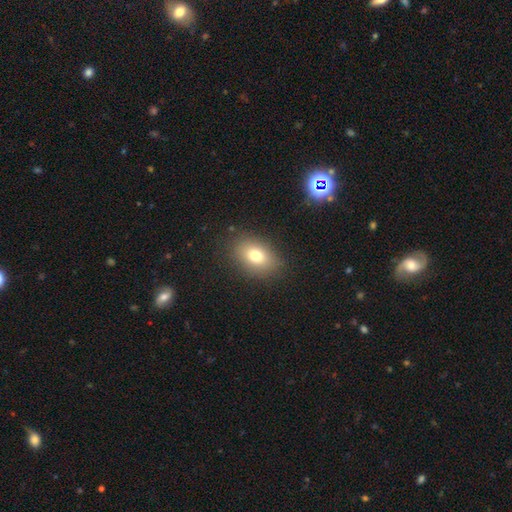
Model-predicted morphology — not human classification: type=smooth (75%); roundness=in between (77%); merging=none (85%).